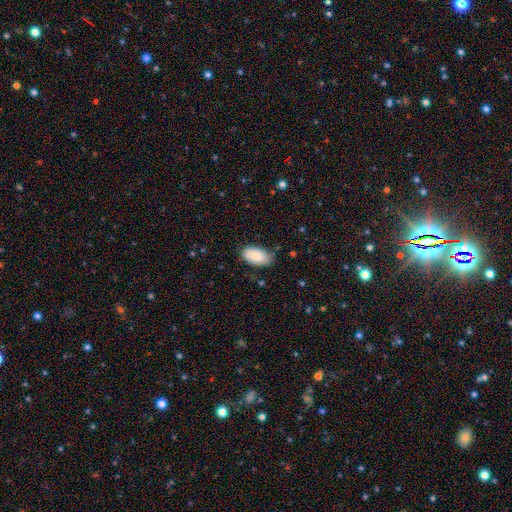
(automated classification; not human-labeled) A smooth galaxy with no disk features (85%) that is in between round and cigar-shaped (95%).

Vote fractions:
- Smooth or featured? smooth: 85% / featured or disk: 9% / star or artifact: 7%
- How rounded? in between: 95% / round: 3% / cigar-shaped: 2%
- Merging? none: 76% / minor disturbance: 19% / major disturbance: 3% / merger: 2%